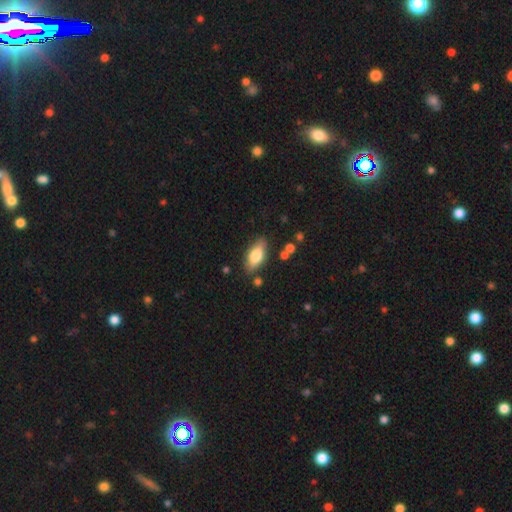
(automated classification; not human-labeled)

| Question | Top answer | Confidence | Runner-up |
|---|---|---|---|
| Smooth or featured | smooth | 71% | featured or disk (22%) |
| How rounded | in between | 82% | cigar-shaped (15%) |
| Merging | none | 80% | minor disturbance (13%) |